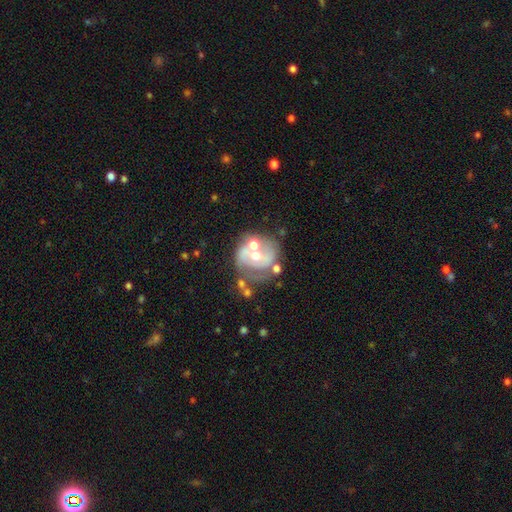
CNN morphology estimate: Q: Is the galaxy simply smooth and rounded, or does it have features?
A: featured or disk — 69%.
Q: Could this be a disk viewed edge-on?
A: no — 97%.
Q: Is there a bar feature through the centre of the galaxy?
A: no — 64%.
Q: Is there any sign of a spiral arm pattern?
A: yes — 64%.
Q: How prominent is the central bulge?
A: moderate — 57%.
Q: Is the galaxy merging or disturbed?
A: none — 44%.